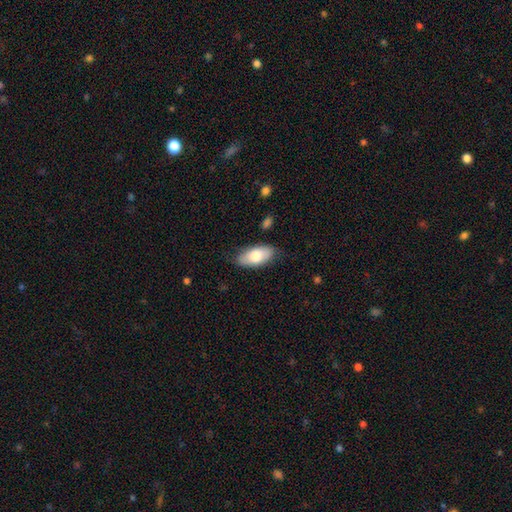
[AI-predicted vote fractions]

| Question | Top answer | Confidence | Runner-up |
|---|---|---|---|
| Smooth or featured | smooth | 76% | featured or disk (18%) |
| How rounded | in between | 91% | cigar-shaped (6%) |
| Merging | none | 82% | minor disturbance (14%) |